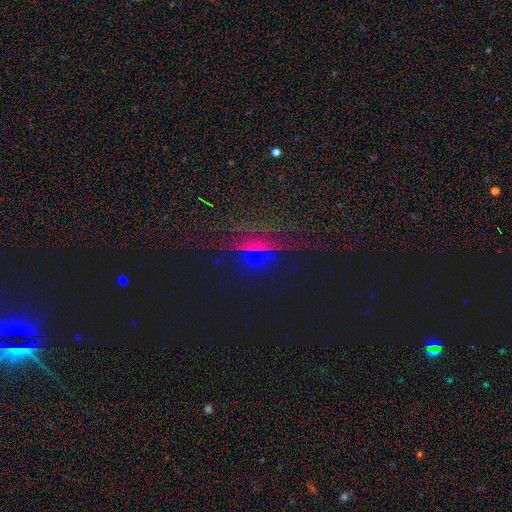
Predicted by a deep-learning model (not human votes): The model was most divided on "smooth or featured": star or artifact: 62%, smooth: 28%, featured or disk: 10%.